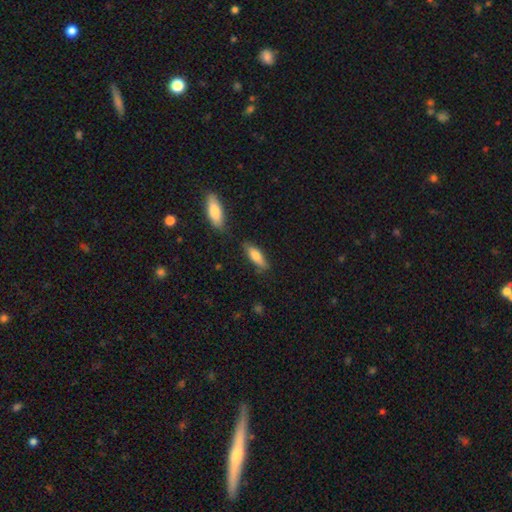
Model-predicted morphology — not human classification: Q: Smooth or featured?
A: smooth (77%); runner-up: featured or disk (17%)
Q: How rounded?
A: in between (50%); runner-up: cigar-shaped (48%)
Q: Merging?
A: none (73%); runner-up: minor disturbance (17%)